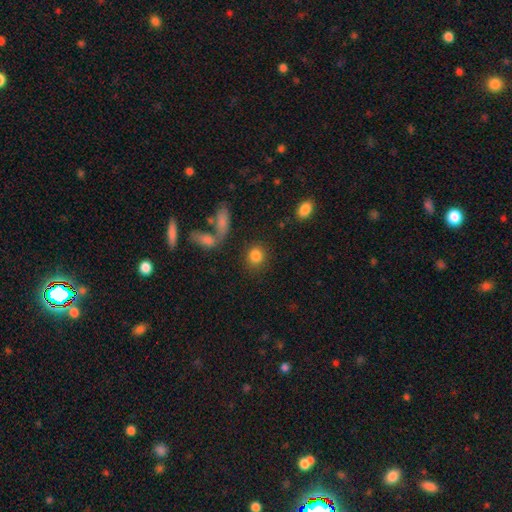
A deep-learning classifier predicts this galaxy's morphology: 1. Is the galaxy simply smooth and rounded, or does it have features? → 84% smooth, 10% star or artifact, 7% featured or disk.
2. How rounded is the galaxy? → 70% round, 28% in between, 2% cigar-shaped.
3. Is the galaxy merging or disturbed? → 79% none, 9% minor disturbance, 7% merger, 4% major disturbance.